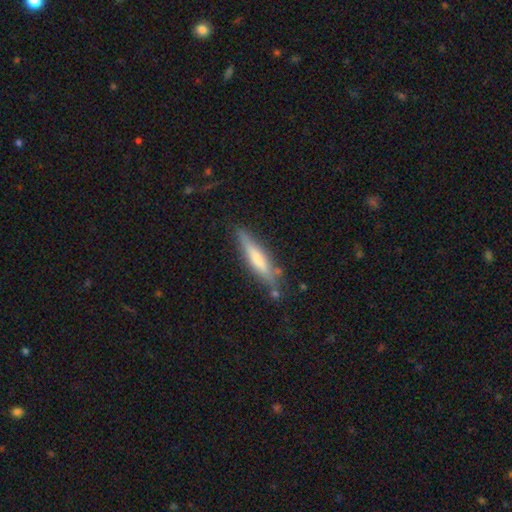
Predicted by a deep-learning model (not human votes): Morphology: type=smooth (48%); merging=none (79%).